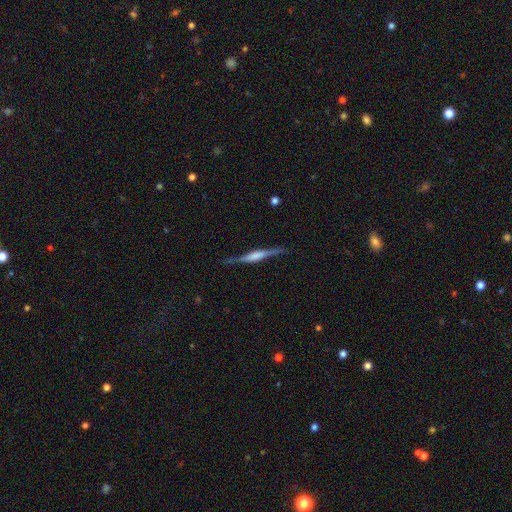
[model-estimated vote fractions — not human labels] Smooth or featured? Predicted: featured or disk (p=0.74). Edge-on disk? Predicted: yes (p=0.97). Edge-on bulge? Predicted: boxy (p=0.53). Merging? Predicted: none (p=0.83).